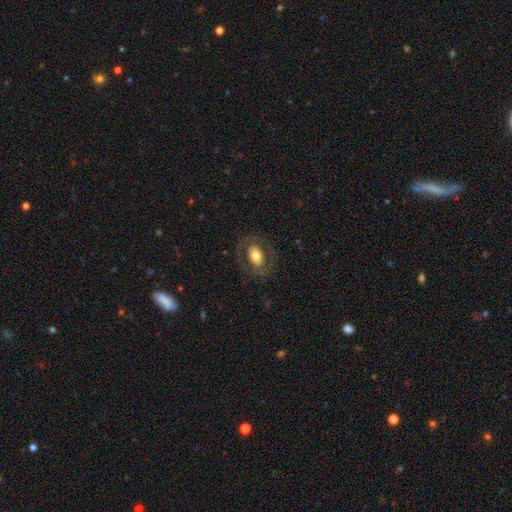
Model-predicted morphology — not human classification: This is possibly a smooth galaxy (58%). How rounded: likely in between (80%). Merging: likely none (77%).